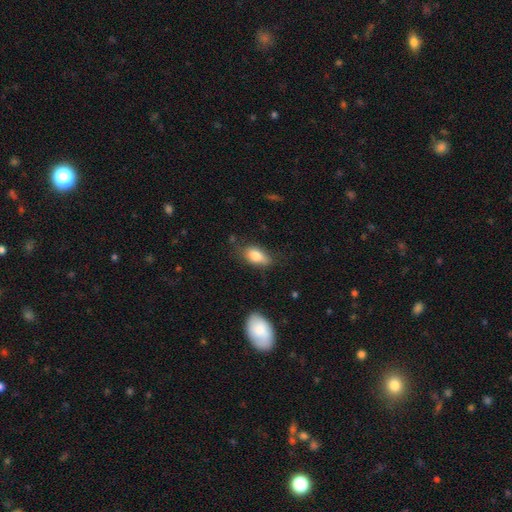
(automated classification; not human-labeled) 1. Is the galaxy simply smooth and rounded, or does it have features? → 81% smooth, 11% featured or disk, 7% star or artifact.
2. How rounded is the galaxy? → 88% in between, 7% round, 4% cigar-shaped.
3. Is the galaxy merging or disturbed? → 65% none, 26% minor disturbance, 6% major disturbance, 3% merger.